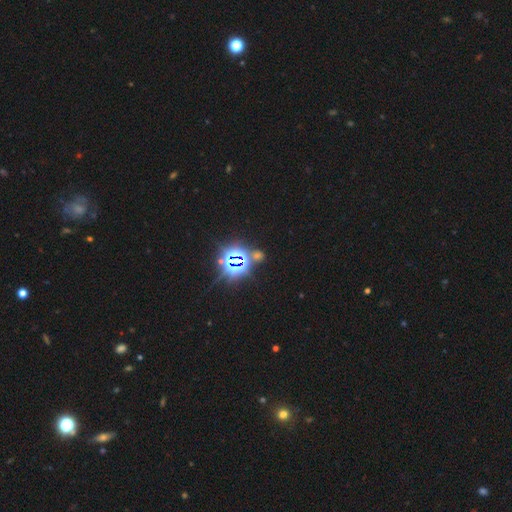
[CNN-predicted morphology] smooth_or_featured: star or artifact (p=0.81) [alt: smooth p=0.12]